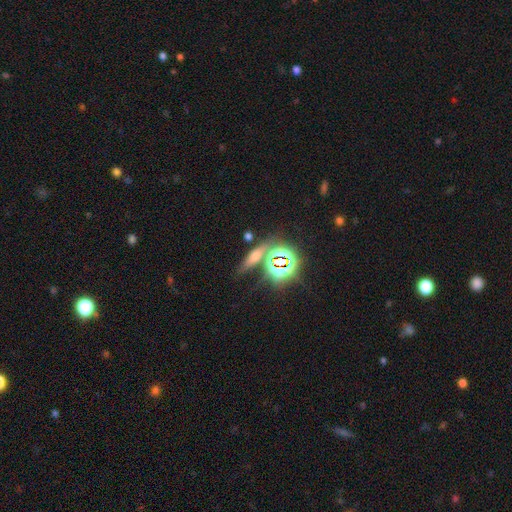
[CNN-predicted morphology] The model was most divided on "smooth or featured": smooth: 43%, star or artifact: 40%, featured or disk: 17%. More confident: merging — none (66%).